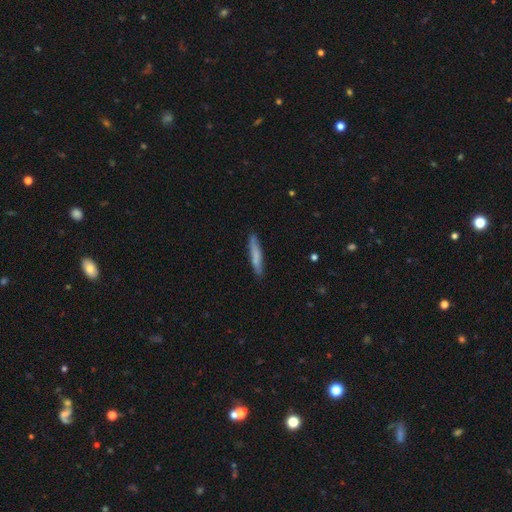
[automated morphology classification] Q: Smooth or featured?
A: smooth (71%); runner-up: featured or disk (23%)
Q: How rounded?
A: cigar-shaped (93%); runner-up: in between (6%)
Q: Merging?
A: none (86%); runner-up: minor disturbance (11%)